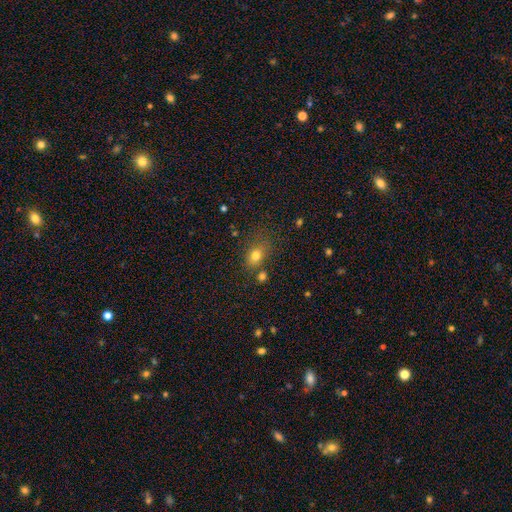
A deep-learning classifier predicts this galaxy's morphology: A smooth galaxy with no disk features (78%) that is in between round and cigar-shaped (59%). Merging: none (63%).